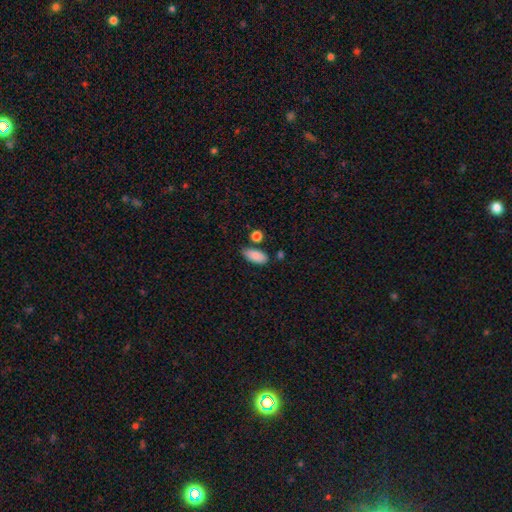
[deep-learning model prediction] A smooth galaxy with no disk features (86%) that is in between round and cigar-shaped (88%). Merging: none (72%).